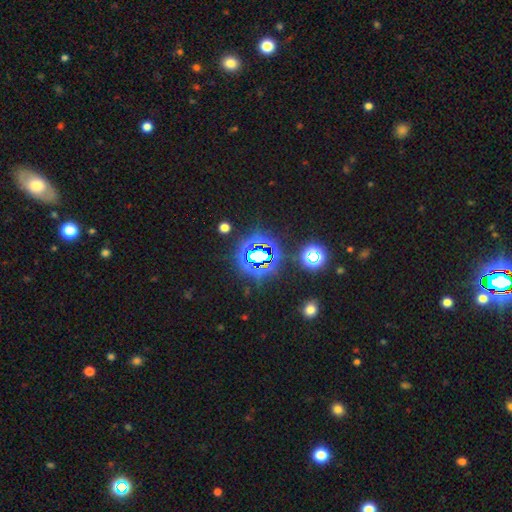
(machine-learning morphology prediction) Smooth or featured: star or artifact — 78% (smooth — 13%)